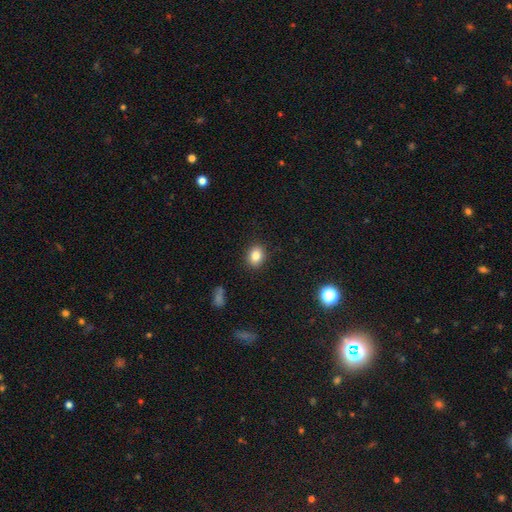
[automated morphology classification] Smooth or featured? Predicted: smooth (p=0.84). How rounded? Predicted: in between (p=0.52). Merging? Predicted: none (p=0.89).